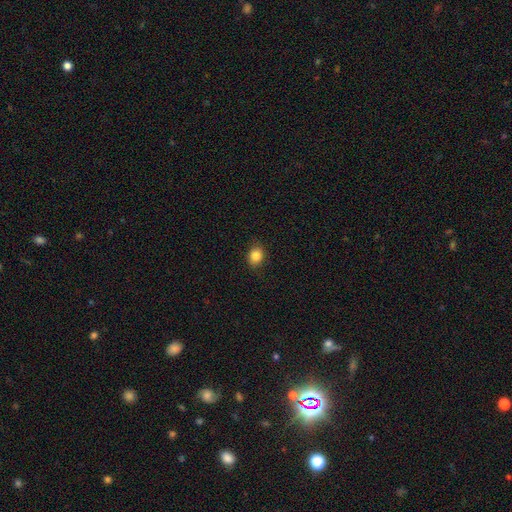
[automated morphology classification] Smooth or featured? smooth (85%)
How rounded? round (55%)
Merging? none (85%)